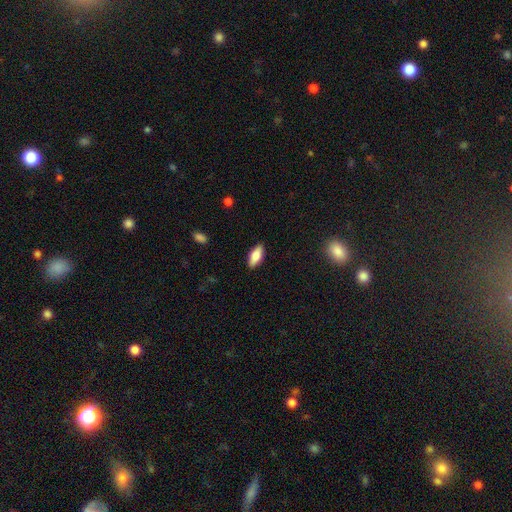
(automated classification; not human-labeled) This is likely a smooth galaxy (78%). How rounded: likely in between (79%). Merging: clearly none (88%).